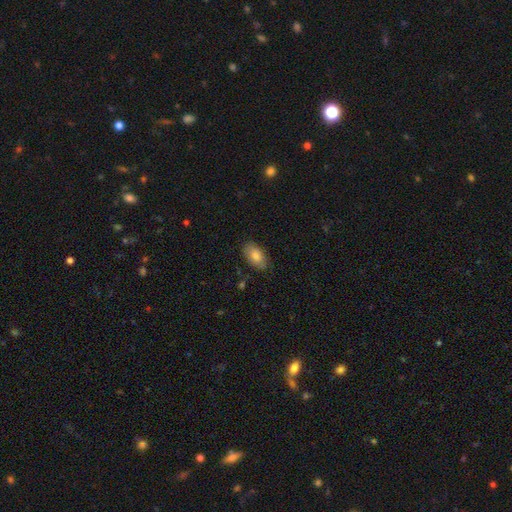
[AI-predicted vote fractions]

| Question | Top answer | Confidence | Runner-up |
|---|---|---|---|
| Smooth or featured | smooth | 82% | featured or disk (12%) |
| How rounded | in between | 94% | round (4%) |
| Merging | none | 79% | minor disturbance (16%) |